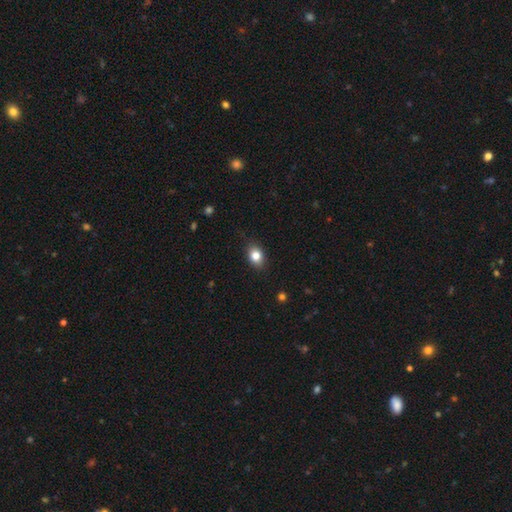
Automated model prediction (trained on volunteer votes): This appears to be a smooth galaxy with no disk features (81%) that is in between round and cigar-shaped (68%). Merging: none (84%).